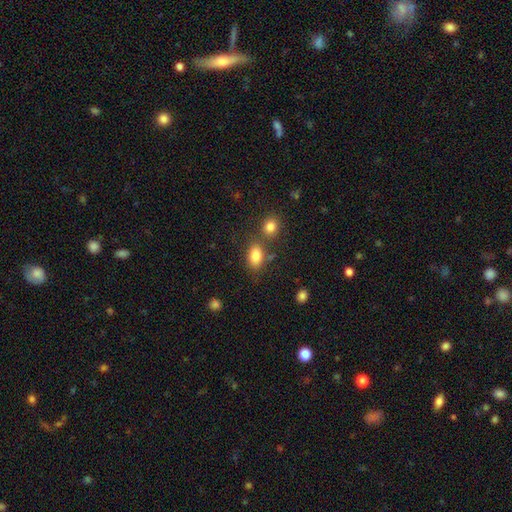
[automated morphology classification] Smooth or featured? smooth (84%)
How rounded? in between (84%)
Merging? none (65%)